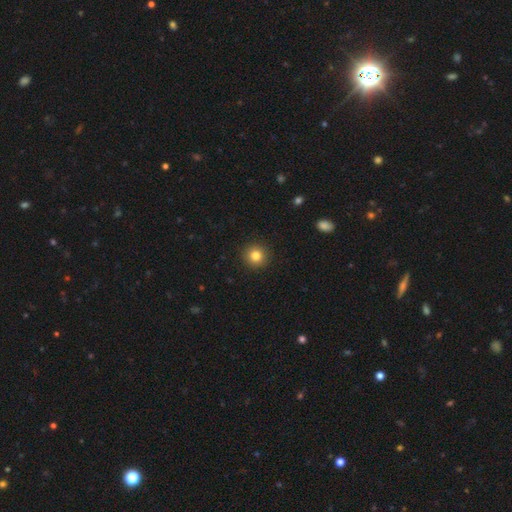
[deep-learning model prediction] smooth 82%, star or artifact 11%, featured or disk 7%. Down the decision tree: how rounded — round (94%); merging — none (92%).